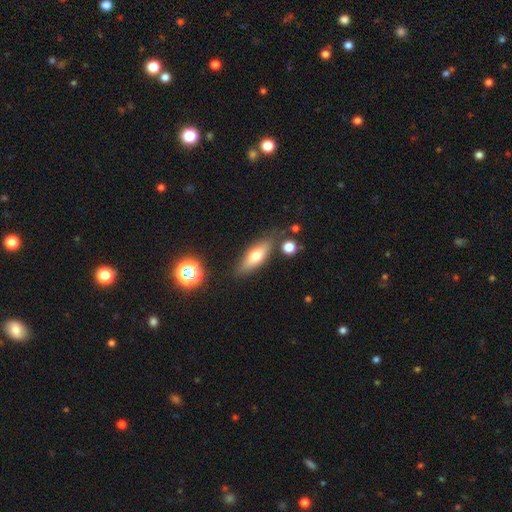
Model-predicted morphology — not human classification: A smooth galaxy with no disk features (62%) that is in between round and cigar-shaped (59%).

Vote fractions:
- Smooth or featured? smooth: 62% / featured or disk: 30% / star or artifact: 8%
- How rounded? in between: 59% / cigar-shaped: 37% / round: 3%
- Merging? none: 78% / minor disturbance: 13% / merger: 5% / major disturbance: 3%